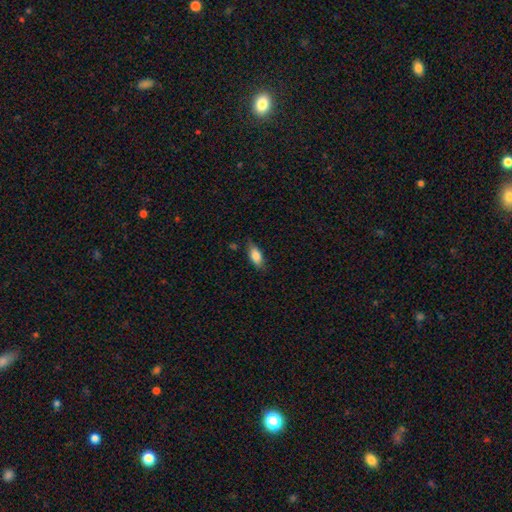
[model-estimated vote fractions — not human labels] The model was most divided on "merging": none: 74%, minor disturbance: 20%, major disturbance: 4%, merger: 2%. More confident: how rounded — in between (84%); smooth or featured — smooth (82%).